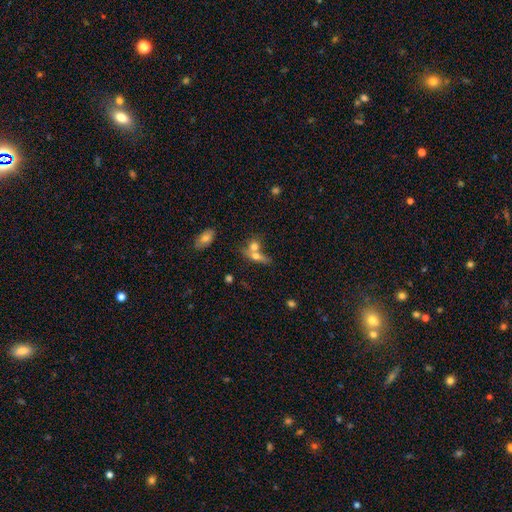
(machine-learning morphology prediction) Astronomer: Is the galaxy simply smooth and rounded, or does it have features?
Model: smooth — 59%.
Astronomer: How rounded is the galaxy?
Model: in between — 47% (runner-up: cigar-shaped, 29%).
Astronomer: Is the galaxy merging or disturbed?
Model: merger — 53% (runner-up: none, 33%).